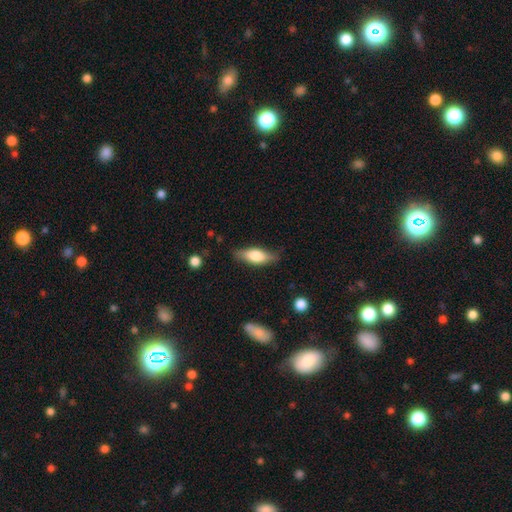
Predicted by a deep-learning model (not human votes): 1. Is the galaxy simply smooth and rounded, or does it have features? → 63% smooth, 31% featured or disk, 6% star or artifact.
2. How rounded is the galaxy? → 67% in between, 30% cigar-shaped, 3% round.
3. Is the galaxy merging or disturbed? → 78% none, 17% minor disturbance, 4% major disturbance, 1% merger.